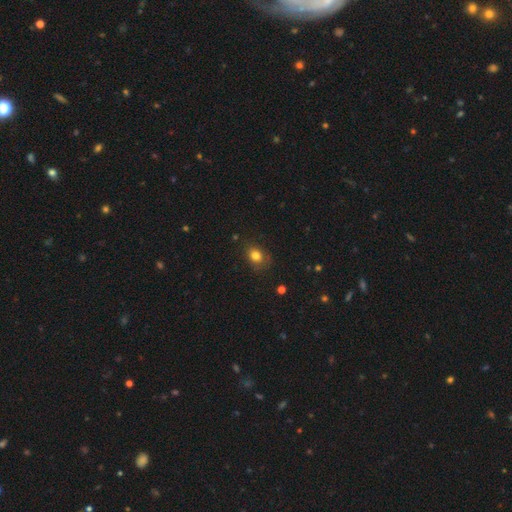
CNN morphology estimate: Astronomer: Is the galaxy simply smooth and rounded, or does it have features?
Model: smooth — 79%.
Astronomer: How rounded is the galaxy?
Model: round — 55% (runner-up: in between, 44%).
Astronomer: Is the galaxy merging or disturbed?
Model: none — 73%.